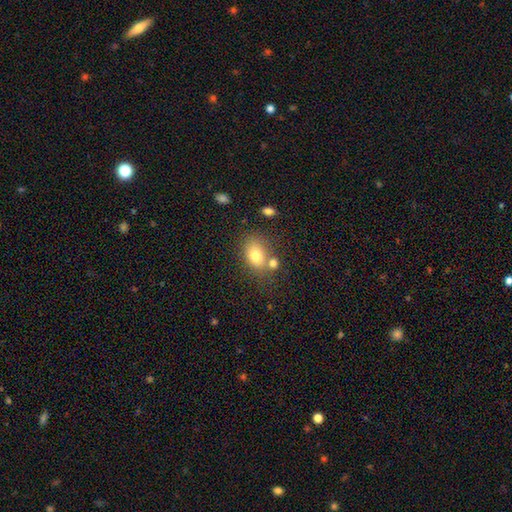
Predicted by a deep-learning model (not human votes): A smooth galaxy with no disk features (77%) that is in between round and cigar-shaped (77%). Merging: none (55%).